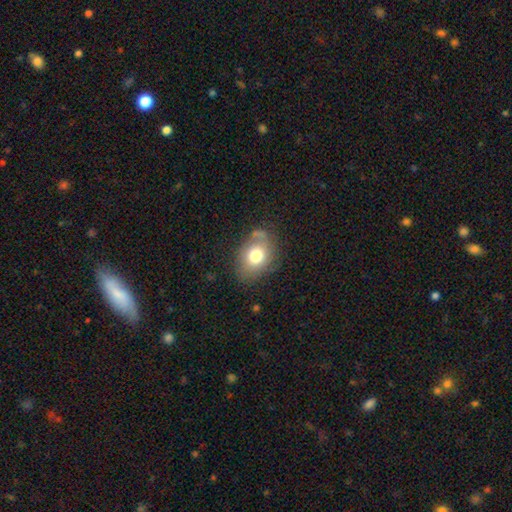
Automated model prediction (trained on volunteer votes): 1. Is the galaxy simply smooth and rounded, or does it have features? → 71% smooth, 20% featured or disk, 9% star or artifact.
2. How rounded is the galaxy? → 68% in between, 31% round, 1% cigar-shaped.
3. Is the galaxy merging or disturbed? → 66% none, 22% minor disturbance, 8% major disturbance, 3% merger.